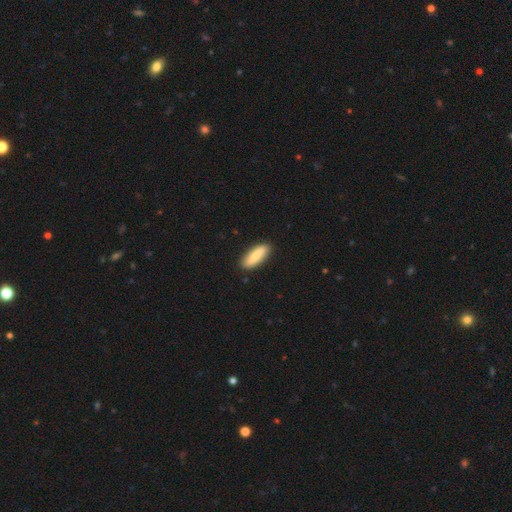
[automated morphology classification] Q: Smooth or featured?
A: smooth (83%); runner-up: featured or disk (12%)
Q: How rounded?
A: in between (63%); runner-up: cigar-shaped (35%)
Q: Merging?
A: none (89%); runner-up: minor disturbance (8%)